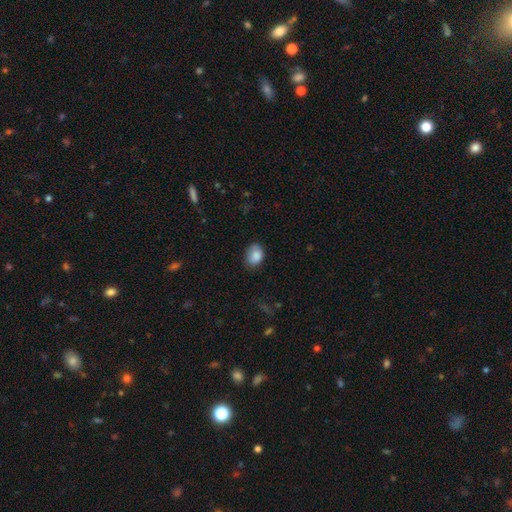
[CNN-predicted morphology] Overall: smooth (85%). How rounded: in between (74%). Merging: none (67%).